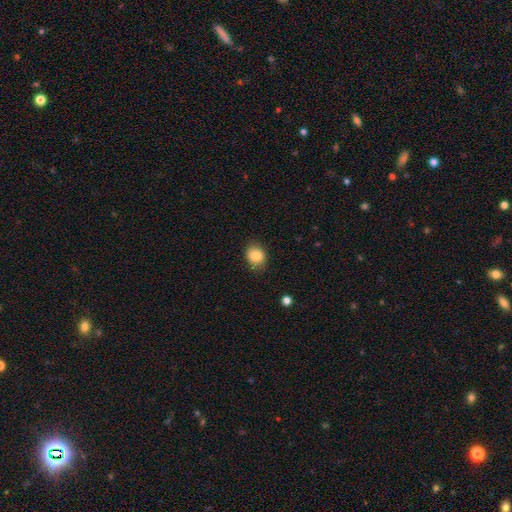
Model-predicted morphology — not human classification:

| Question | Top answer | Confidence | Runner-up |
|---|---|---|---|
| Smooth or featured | smooth | 84% | star or artifact (9%) |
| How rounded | round | 56% | in between (43%) |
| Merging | none | 80% | minor disturbance (16%) |